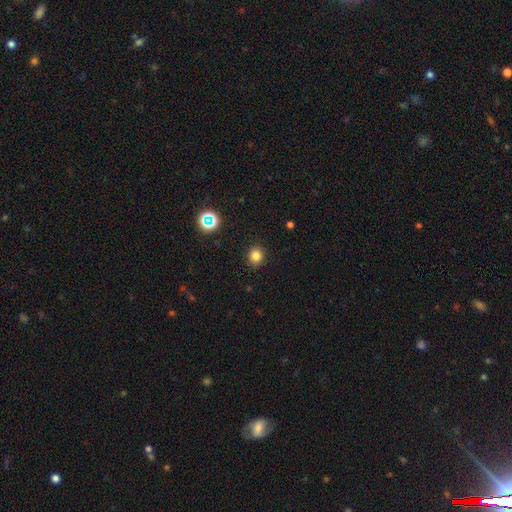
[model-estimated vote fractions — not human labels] This is clearly a smooth galaxy (81%). How rounded: clearly round (86%). Merging: clearly none (91%).